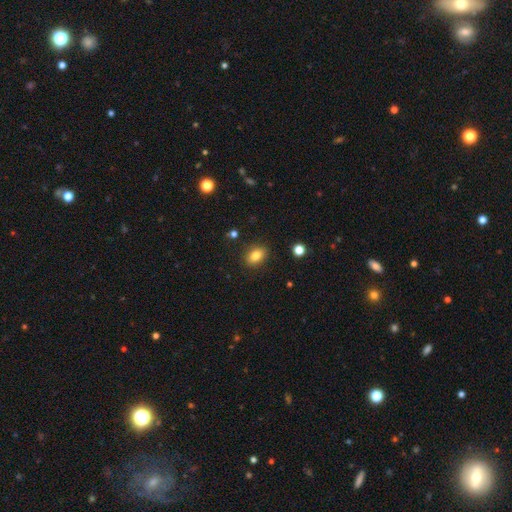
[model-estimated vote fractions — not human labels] This is clearly a smooth galaxy (83%). How rounded: likely in between (75%). Merging: clearly none (87%).